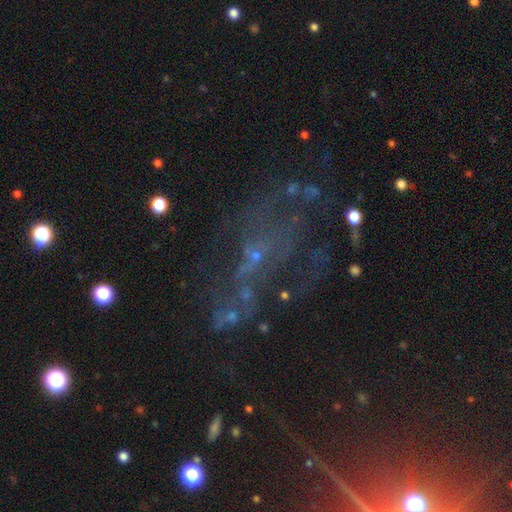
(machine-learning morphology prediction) The model was most divided on "bulge size": small: 47%, none: 42%, moderate: 8%, large: 1%, dominant: 1%. Remaining: edge-on disk — no (95%); bar — no (77%); spiral arms — no (70%); smooth or featured — featured or disk (55%); merging — none (43%).